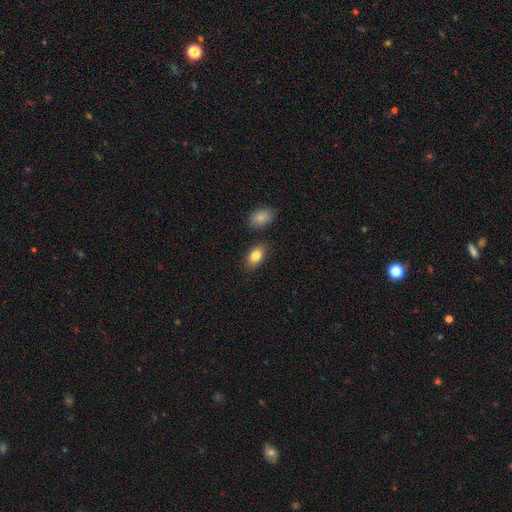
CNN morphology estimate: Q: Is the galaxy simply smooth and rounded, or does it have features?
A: smooth — 82%.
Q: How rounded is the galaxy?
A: in between — 88%.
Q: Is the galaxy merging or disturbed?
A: none — 82%.